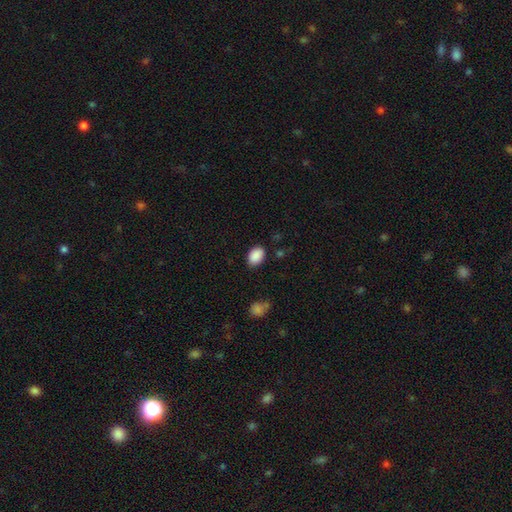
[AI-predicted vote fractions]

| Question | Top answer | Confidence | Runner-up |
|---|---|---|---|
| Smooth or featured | smooth | 90% | star or artifact (7%) |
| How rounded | in between | 84% | round (15%) |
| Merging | none | 84% | minor disturbance (12%) |